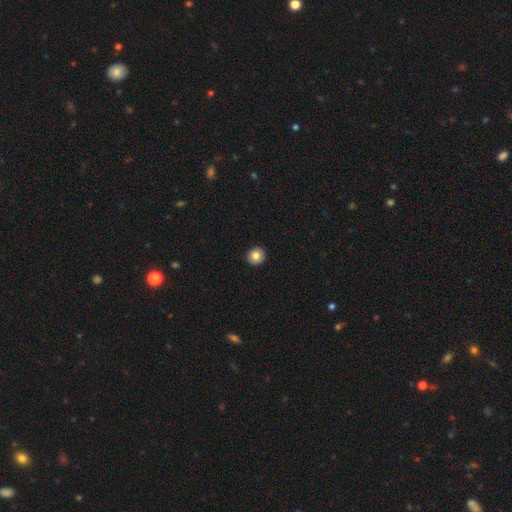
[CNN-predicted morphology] smooth-or-featured: smooth: 80% | featured or disk: 11% | star or artifact: 9%
  how-rounded: round: 91% | in between: 8% | cigar-shaped: 1%
  merging: none: 92% | minor disturbance: 5% | major disturbance: 1% | merger: 1%